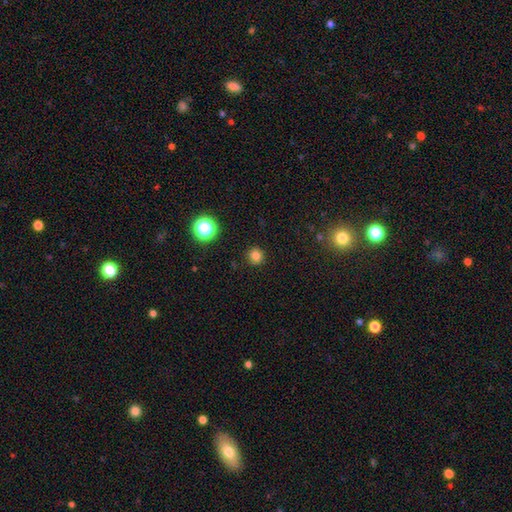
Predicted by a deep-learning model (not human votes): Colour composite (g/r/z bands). It shows a smooth galaxy with no disk features (80%) that is round (94%). Merging: none (91%).